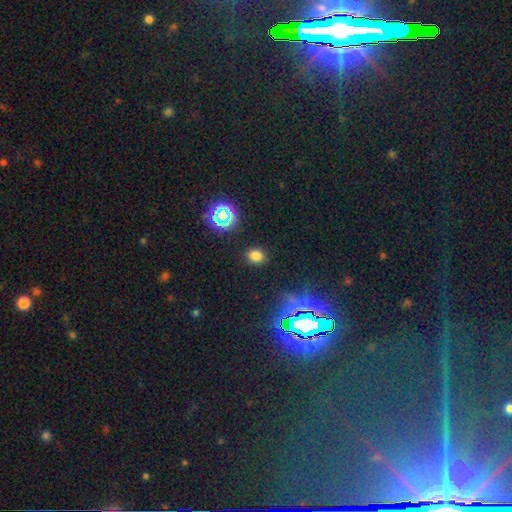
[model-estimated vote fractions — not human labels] Smooth or featured?
  - smooth: 73% *
  - star or artifact: 21%
  - featured or disk: 6%
How rounded?
  - in between: 51% *
  - round: 48%
  - cigar-shaped: 1%
Merging?
  - none: 88% *
  - minor disturbance: 8%
  - major disturbance: 3%
  - merger: 2%